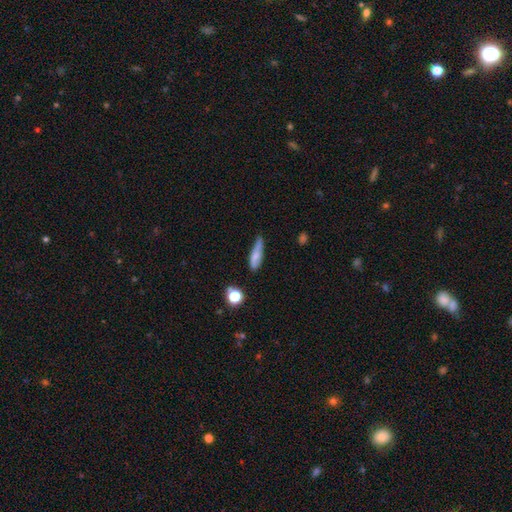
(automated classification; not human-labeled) The model was most divided on "merging": none: 58%, minor disturbance: 30%, major disturbance: 7%, merger: 4%. More confident: smooth or featured — smooth (68%); how rounded — cigar-shaped (68%).